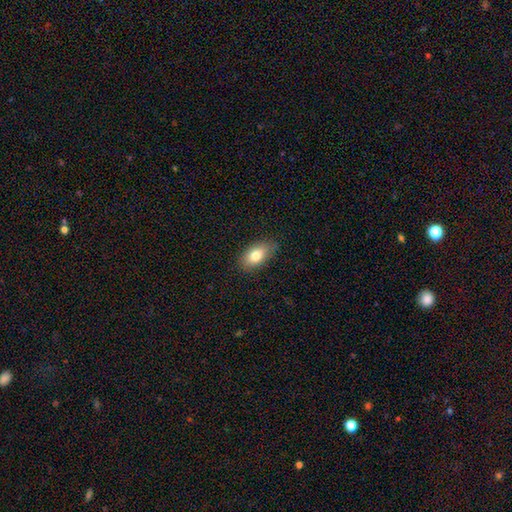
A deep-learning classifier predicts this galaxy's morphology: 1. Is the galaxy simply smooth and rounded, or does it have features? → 80% smooth, 13% featured or disk, 8% star or artifact.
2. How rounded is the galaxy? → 90% in between, 6% round, 3% cigar-shaped.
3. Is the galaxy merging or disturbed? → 82% none, 14% minor disturbance, 3% major disturbance, 1% merger.